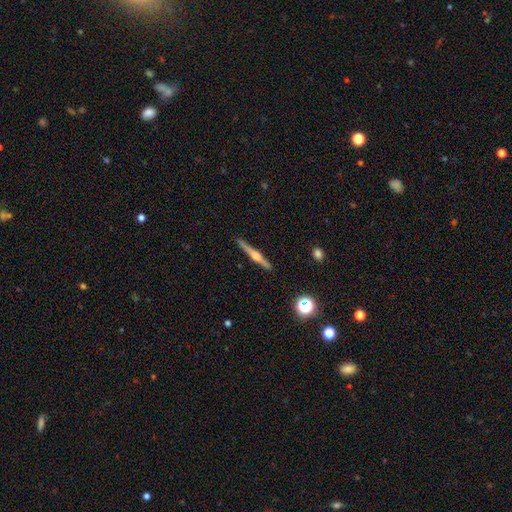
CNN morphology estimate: This is likely a featured or disk galaxy (72%). It is clearly viewed edge-on (98%). Edge-on bulge: clearly rounded (84%). Merging: clearly none (91%).